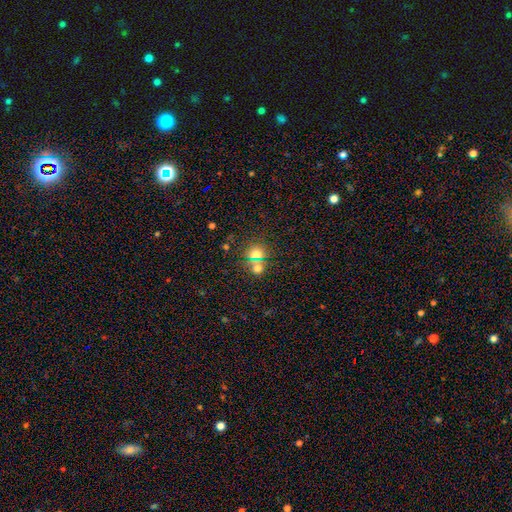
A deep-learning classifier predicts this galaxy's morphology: The model was most divided on "smooth or featured": smooth: 62%, star or artifact: 28%, featured or disk: 11%. More confident: how rounded — round (85%); merging — none (63%).